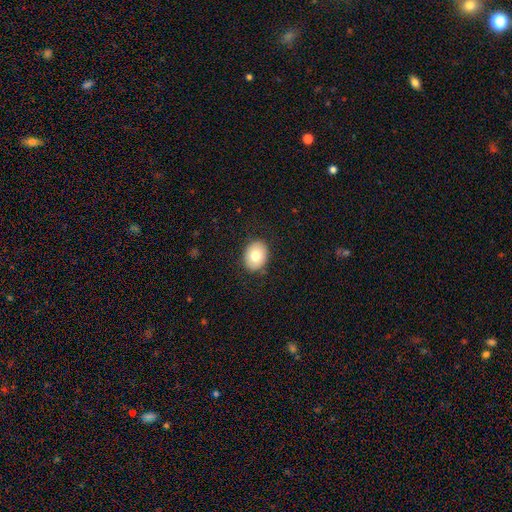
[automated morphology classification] Smooth or featured?
  - smooth: 78% *
  - featured or disk: 14%
  - star or artifact: 8%
How rounded?
  - in between: 58% *
  - round: 41%
  - cigar-shaped: 1%
Merging?
  - none: 86% *
  - minor disturbance: 10%
  - major disturbance: 3%
  - merger: 1%